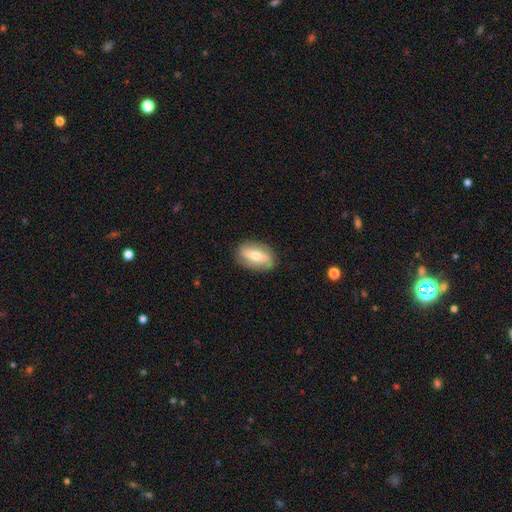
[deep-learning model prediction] smooth 55%, featured or disk 39%, star or artifact 7%. Down the decision tree: how rounded — in between (84%); merging — none (85%).